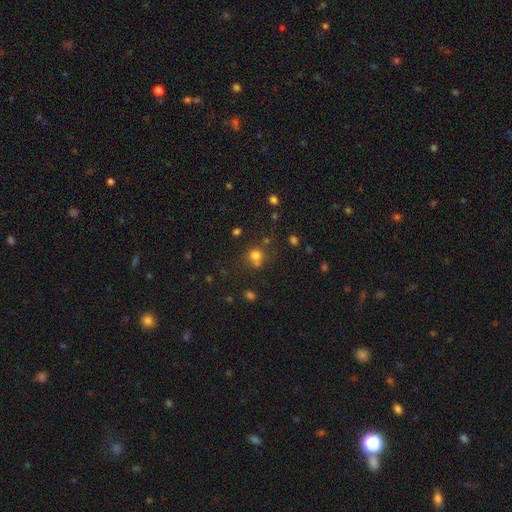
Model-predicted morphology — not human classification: The model was most divided on "merging": none: 56%, merger: 24%, minor disturbance: 14%, major disturbance: 6%. More confident: how rounded — round (81%); smooth or featured — smooth (73%).